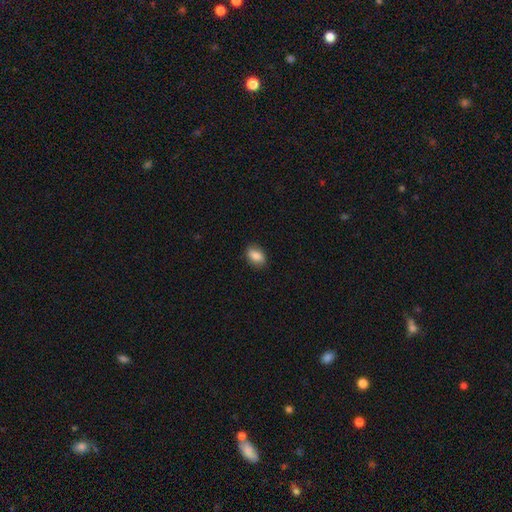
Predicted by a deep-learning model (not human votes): This appears to be a smooth galaxy with no disk features (86%) that is in between round and cigar-shaped (84%). Merging: none (84%).